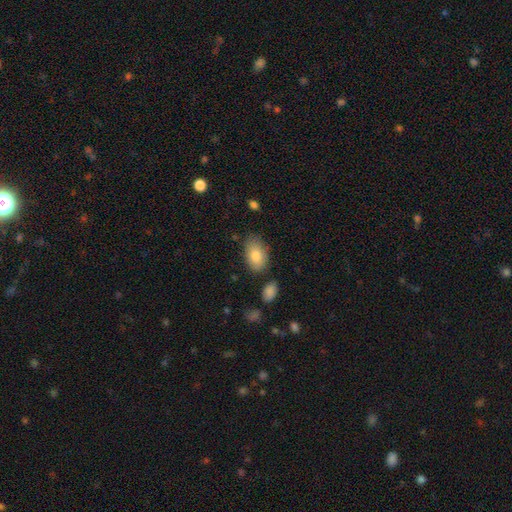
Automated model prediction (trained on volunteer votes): smooth 82%, featured or disk 11%, star or artifact 7%. Down the decision tree: how rounded — in between (91%); merging — none (75%).